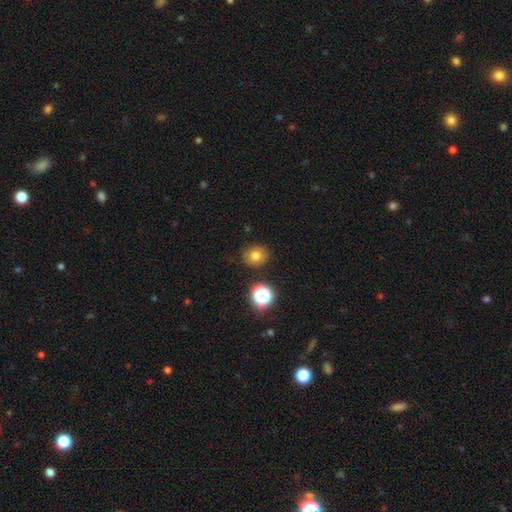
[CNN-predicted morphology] Smooth or featured? Predicted: smooth (p=0.75). How rounded? Predicted: round (p=0.73). Merging? Predicted: none (p=0.86).